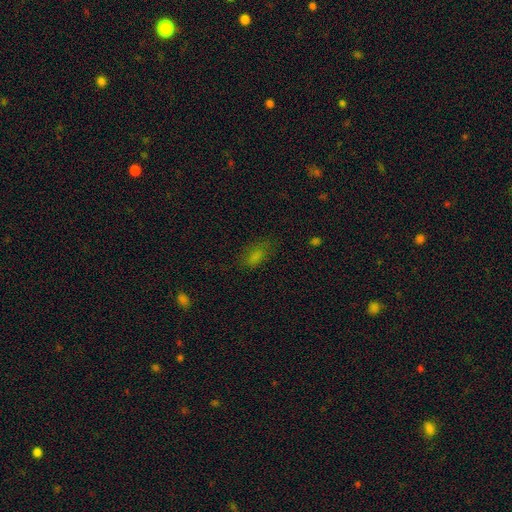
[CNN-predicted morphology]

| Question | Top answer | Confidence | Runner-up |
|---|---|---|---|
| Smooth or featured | smooth | 74% | star or artifact (16%) |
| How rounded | in between | 86% | cigar-shaped (8%) |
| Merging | none | 66% | minor disturbance (22%) |